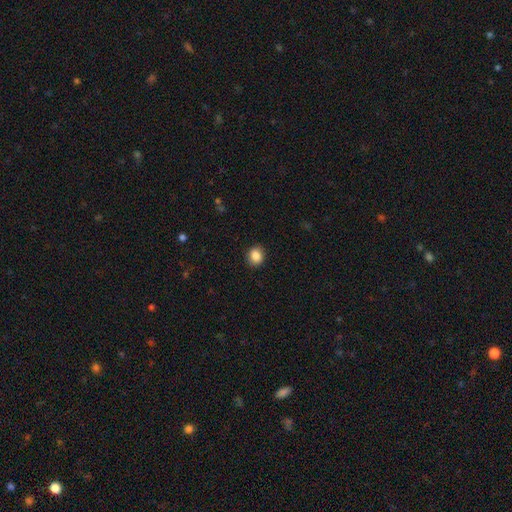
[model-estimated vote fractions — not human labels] Smooth or featured? Predicted: smooth (p=0.87). How rounded? Predicted: round (p=0.62). Merging? Predicted: none (p=0.89).